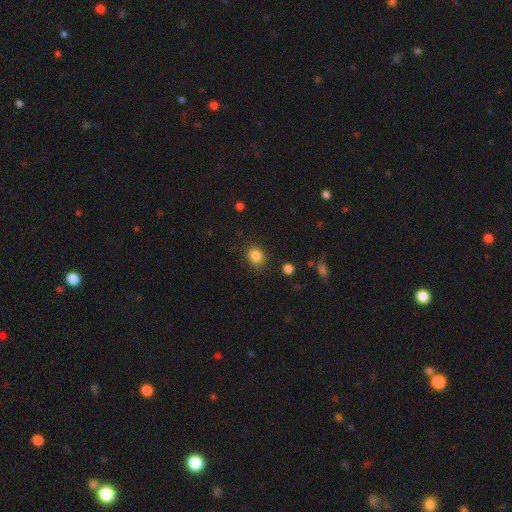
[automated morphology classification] This appears to be a smooth galaxy with no disk features (85%) that is round (61%). Merging: none (82%).